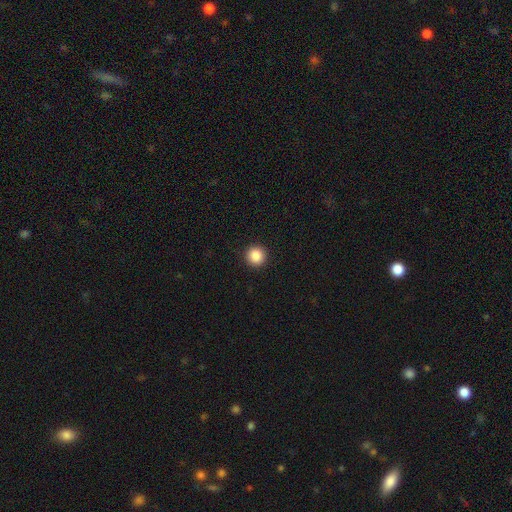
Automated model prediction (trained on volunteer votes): This appears to be a smooth galaxy with no disk features (87%) that is round (96%). Merging: none (94%).